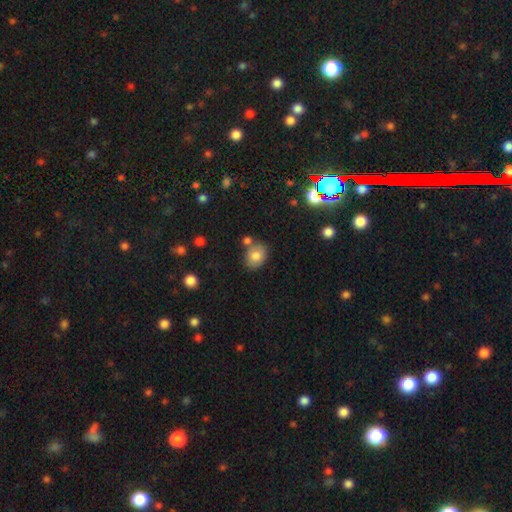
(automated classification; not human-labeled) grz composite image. It shows a smooth galaxy with no disk features (80%) that is in between round and cigar-shaped (51%). Merging: none (67%).